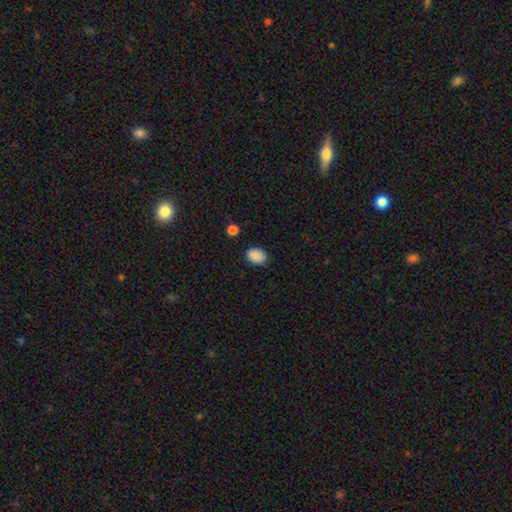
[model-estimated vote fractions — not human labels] Smooth or featured?
  - smooth: 89% *
  - star or artifact: 8%
  - featured or disk: 3%
How rounded?
  - in between: 80% *
  - round: 19%
  - cigar-shaped: 1%
Merging?
  - none: 86% *
  - minor disturbance: 10%
  - major disturbance: 2%
  - merger: 2%